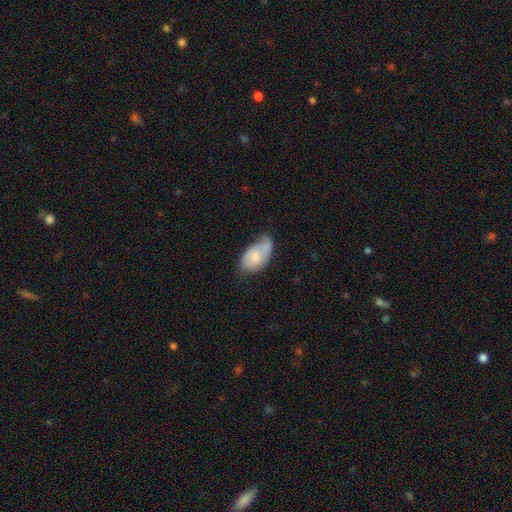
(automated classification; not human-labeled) smooth_or_featured: smooth (p=0.61) [alt: featured or disk p=0.33]
how_rounded: in between (p=0.92) [alt: round p=0.06]
merging: none (p=0.33) [tied with: minor disturbance p=0.33]